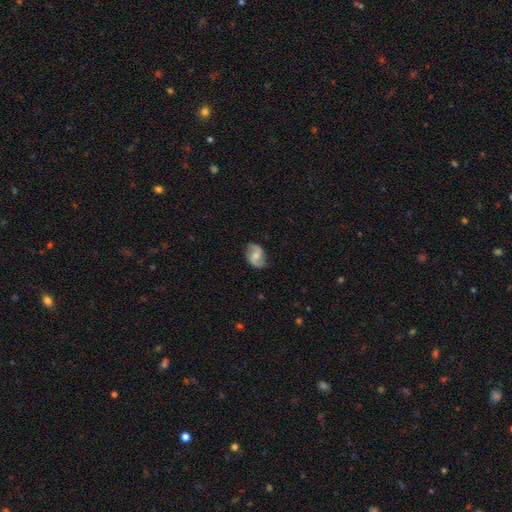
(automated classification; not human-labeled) Smooth or featured? Predicted: featured or disk (p=0.72). Edge-on disk? Predicted: no (p=0.97). Bar? Predicted: weak (p=0.49). Spiral arms? Predicted: yes (p=0.92). Spiral winding? Predicted: medium (p=0.43). Spiral arm count? Predicted: 2 (p=0.91). Bulge size? Predicted: moderate (p=0.51). Merging? Predicted: none (p=0.82).